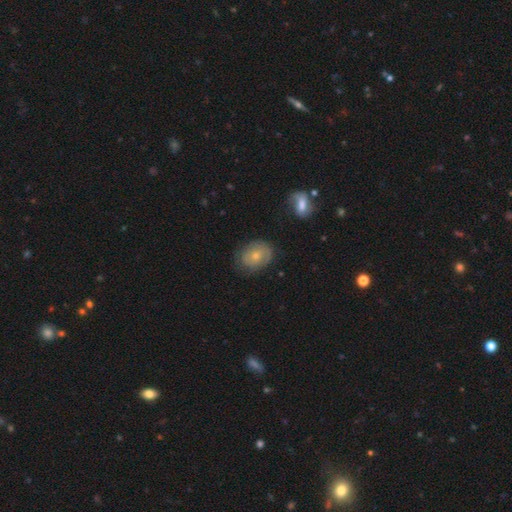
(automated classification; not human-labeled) Smooth or featured? Predicted: smooth (p=0.47). Merging? Predicted: none (p=0.68).